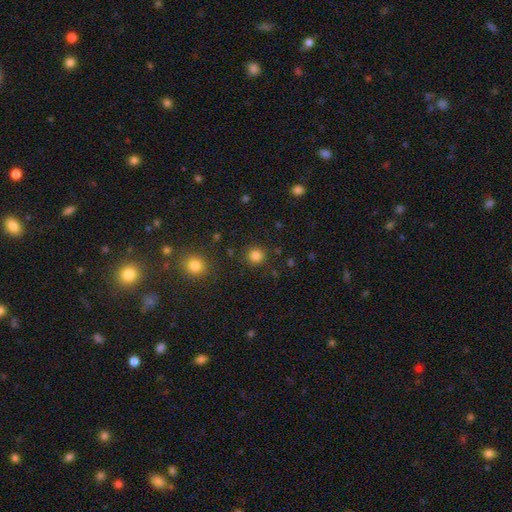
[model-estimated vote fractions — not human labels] The model was most divided on "smooth or featured": smooth: 83%, star or artifact: 13%, featured or disk: 4%. More confident: how rounded — round (92%); merging — none (88%).